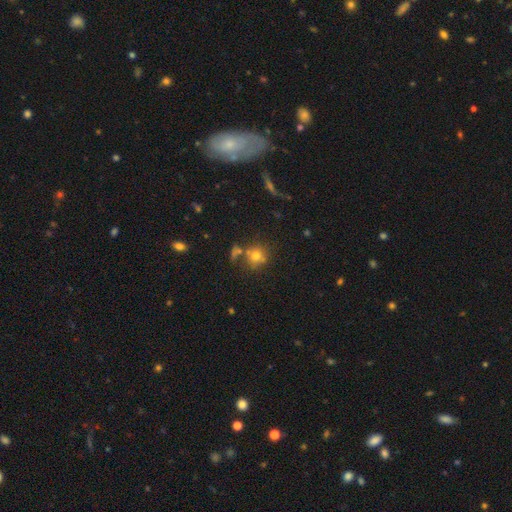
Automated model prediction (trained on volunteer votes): smooth_or_featured: smooth (p=0.71) [alt: star or artifact p=0.15]
how_rounded: round (p=0.81) [alt: in between p=0.17]
merging: none (p=0.58) [alt: merger p=0.20]